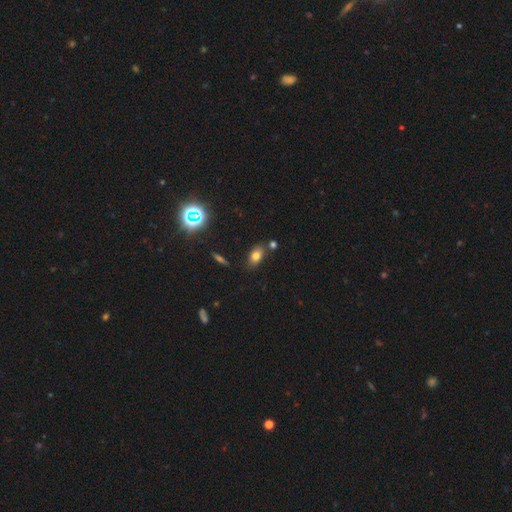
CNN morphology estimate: Q: Smooth or featured?
A: smooth (73%); runner-up: star or artifact (15%)
Q: How rounded?
A: in between (83%); runner-up: round (13%)
Q: Merging?
A: none (77%); runner-up: minor disturbance (12%)